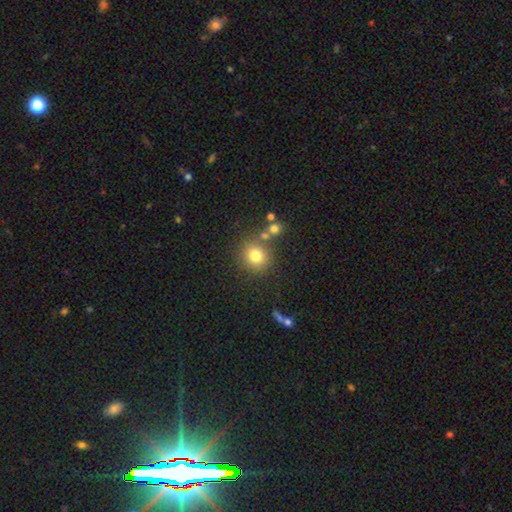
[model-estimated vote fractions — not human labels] A smooth galaxy with no disk features (78%) that is round (90%). Merging: none (74%).